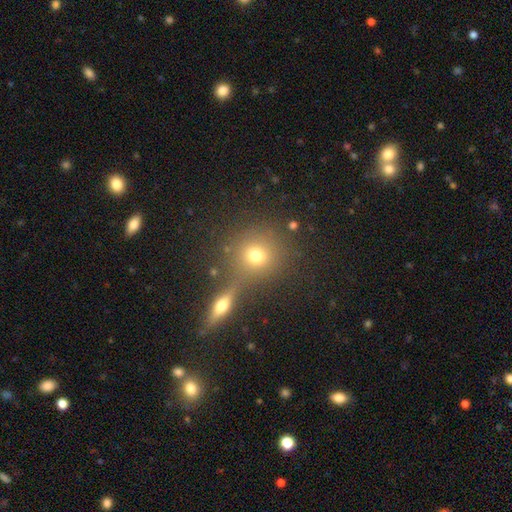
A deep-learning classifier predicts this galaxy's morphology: smooth-or-featured: smooth: 70% | star or artifact: 17% | featured or disk: 13%
  how-rounded: round: 85% | in between: 13% | cigar-shaped: 2%
  merging: none: 63% | merger: 24% | minor disturbance: 8% | major disturbance: 5%